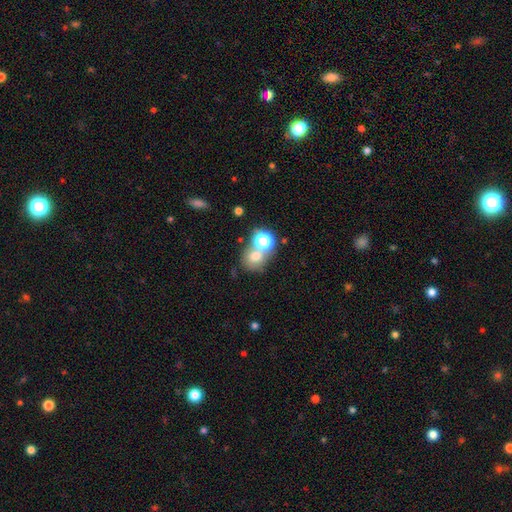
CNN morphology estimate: A smooth galaxy with no disk features (69%) that is round (73%).

Vote fractions:
- Smooth or featured? smooth: 69% / star or artifact: 18% / featured or disk: 13%
- How rounded? round: 73% / in between: 26% / cigar-shaped: 1%
- Merging? none: 44% / merger: 42% / minor disturbance: 9% / major disturbance: 5%